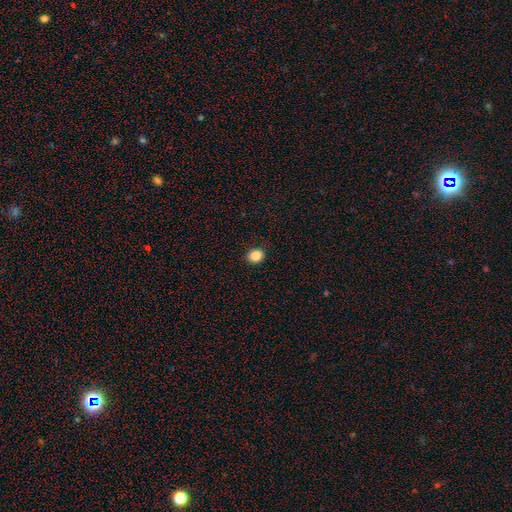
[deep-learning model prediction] Smooth or featured? Predicted: smooth (p=0.85). How rounded? Predicted: round (p=0.64). Merging? Predicted: none (p=0.91).